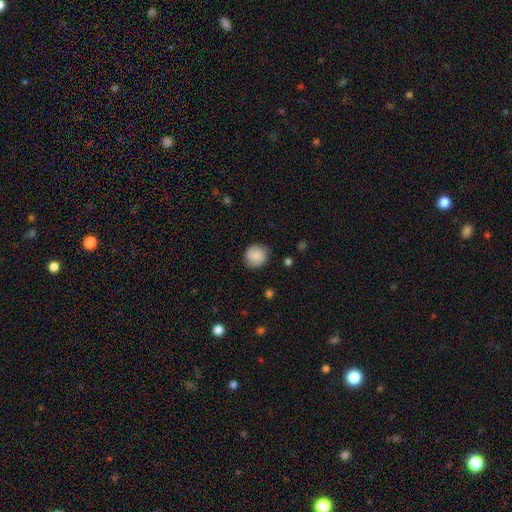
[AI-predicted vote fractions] The model was most divided on "merging": none: 84%, minor disturbance: 12%, major disturbance: 3%, merger: 1%. More confident: how rounded — round (88%); smooth or featured — smooth (87%).